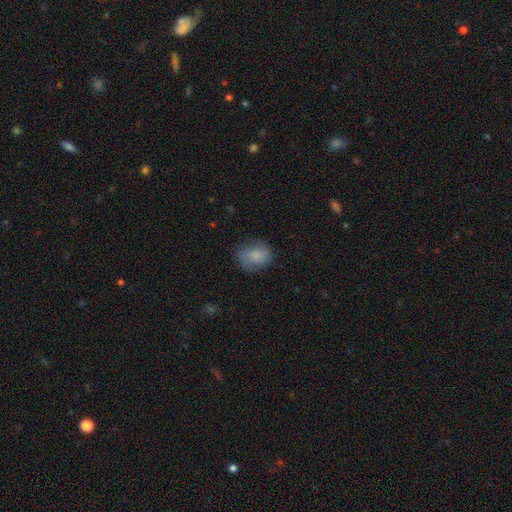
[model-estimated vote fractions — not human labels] A smooth galaxy with no disk features (79%) that is in between round and cigar-shaped (54%). Merging: none (66%).